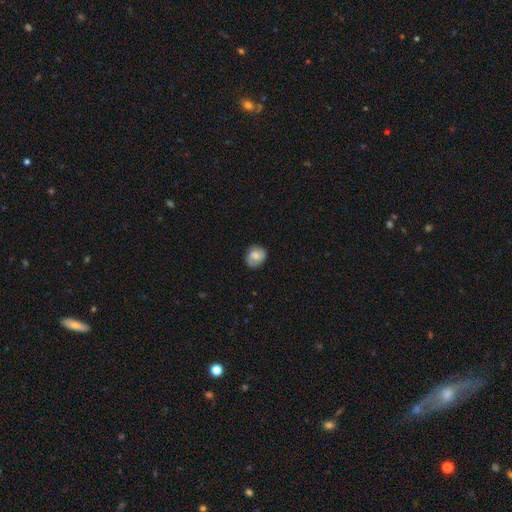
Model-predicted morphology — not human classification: The model was most divided on "how rounded": round: 63%, in between: 36%, cigar-shaped: 1%. More confident: merging — none (77%); smooth or featured — smooth (73%).